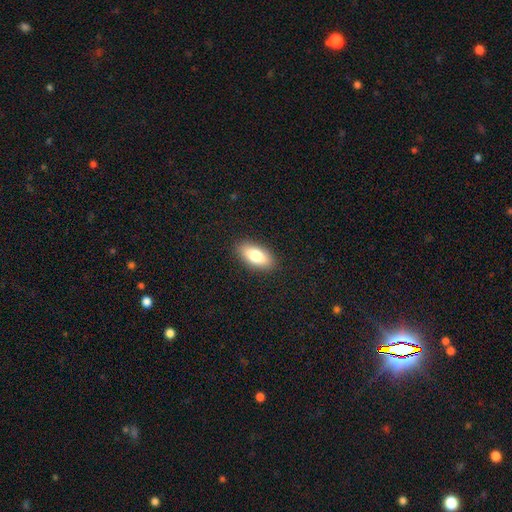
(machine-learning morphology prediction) smooth-or-featured: smooth: 79% | featured or disk: 14% | star or artifact: 7%
  how-rounded: in between: 87% | cigar-shaped: 9% | round: 4%
  merging: none: 89% | minor disturbance: 8% | major disturbance: 2% | merger: 1%